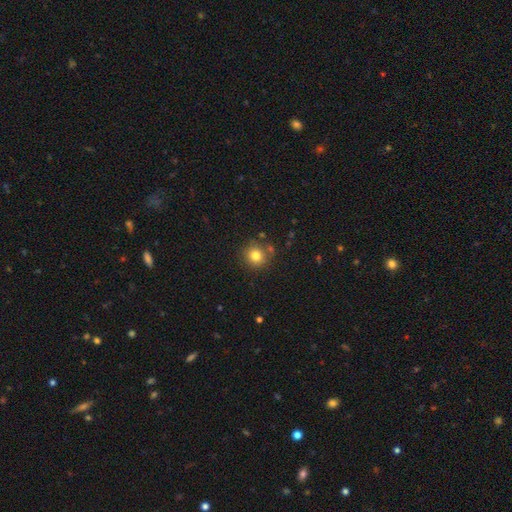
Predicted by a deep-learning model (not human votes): A smooth galaxy with no disk features (80%) that is round (92%).

Vote fractions:
- Smooth or featured? smooth: 80% / star or artifact: 13% / featured or disk: 7%
- How rounded? round: 92% / in between: 7% / cigar-shaped: 1%
- Merging? none: 82% / minor disturbance: 10% / merger: 6% / major disturbance: 3%